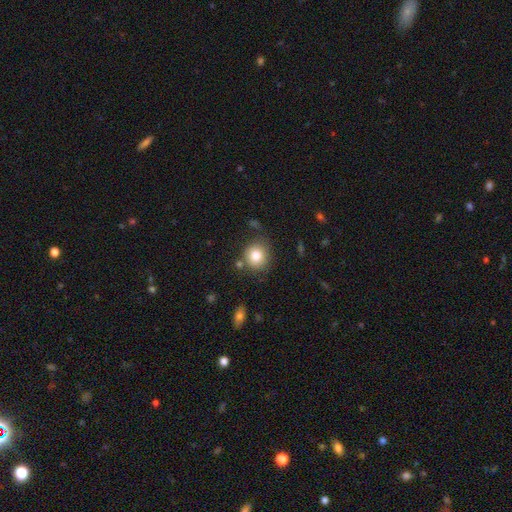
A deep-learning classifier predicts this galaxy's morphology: Q: Smooth or featured?
A: smooth (81%); runner-up: star or artifact (10%)
Q: How rounded?
A: round (86%); runner-up: in between (13%)
Q: Merging?
A: none (75%); runner-up: minor disturbance (14%)